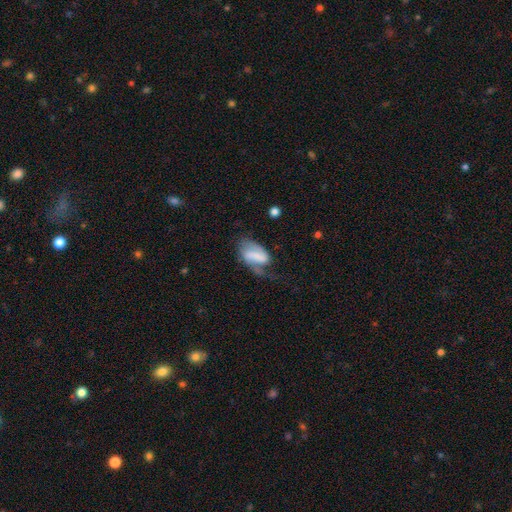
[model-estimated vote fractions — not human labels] A featured or disk galaxy (53%) with a strong bar (42%), spiral arms (79%) and no central bulge (50%).

Vote fractions:
- Smooth or featured? featured or disk: 53% / smooth: 39% / star or artifact: 8%
- Edge-on disk? no: 96% / yes: 4%
- Bar? strong: 42% / weak: 36% / no: 22%
- Spiral arms? yes: 79% / no: 21%
- Bulge size? none: 50% / small: 21% / moderate: 14% / large: 11% / dominant: 4%
- Merging? major disturbance: 41% / none: 30% / minor disturbance: 25% / merger: 4%